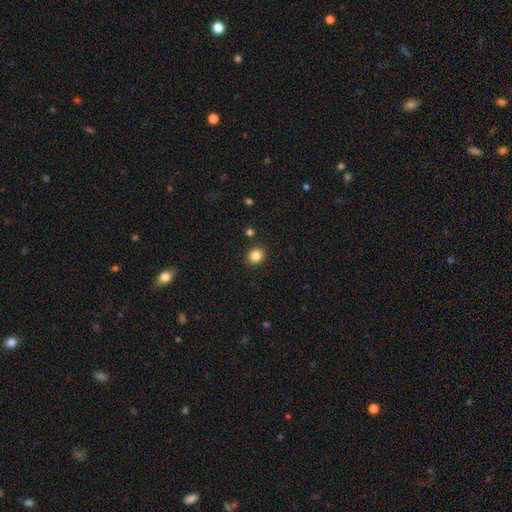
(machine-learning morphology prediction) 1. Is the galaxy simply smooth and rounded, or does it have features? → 84% smooth, 11% star or artifact, 5% featured or disk.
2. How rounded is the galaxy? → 63% round, 36% in between, 1% cigar-shaped.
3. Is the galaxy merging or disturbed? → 89% none, 7% minor disturbance, 2% merger, 2% major disturbance.